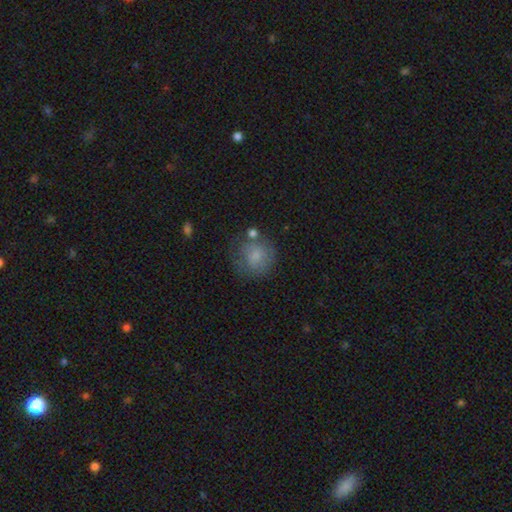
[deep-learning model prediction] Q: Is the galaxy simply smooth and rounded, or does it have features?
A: smooth — 70%.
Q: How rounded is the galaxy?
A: round — 84%.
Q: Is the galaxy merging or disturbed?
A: none — 57%.